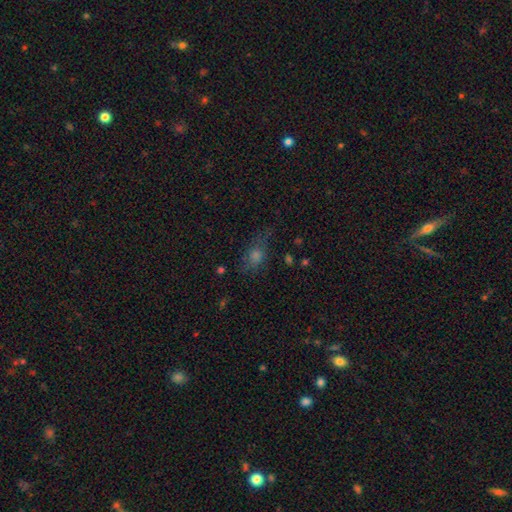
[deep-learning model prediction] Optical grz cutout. It shows a smooth galaxy with no disk features (51%) that is in between round and cigar-shaped (62%). Merging: none (64%).